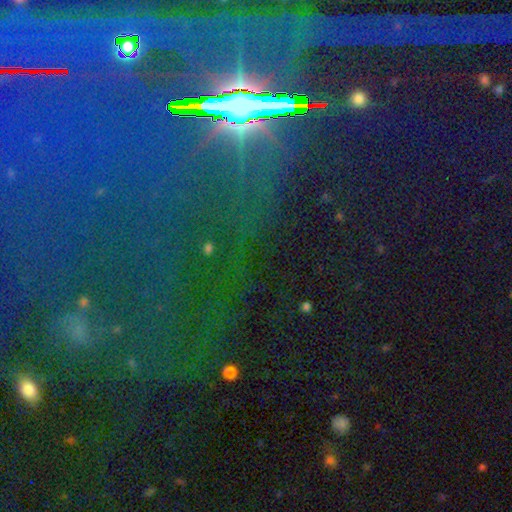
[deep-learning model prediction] Overall: star or artifact (82%).